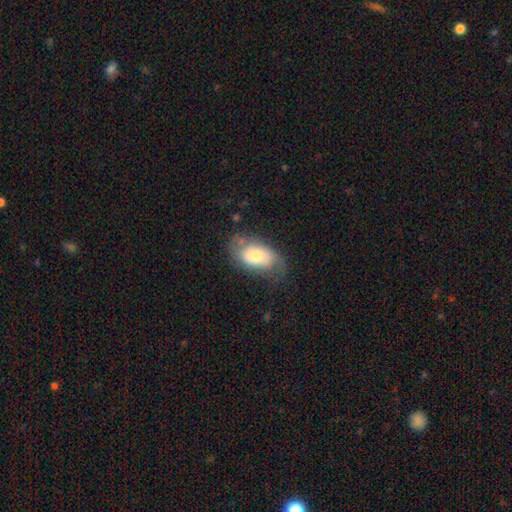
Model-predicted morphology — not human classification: A smooth galaxy with no disk features (54%) that is in between round and cigar-shaped (90%). Merging: none (52%).